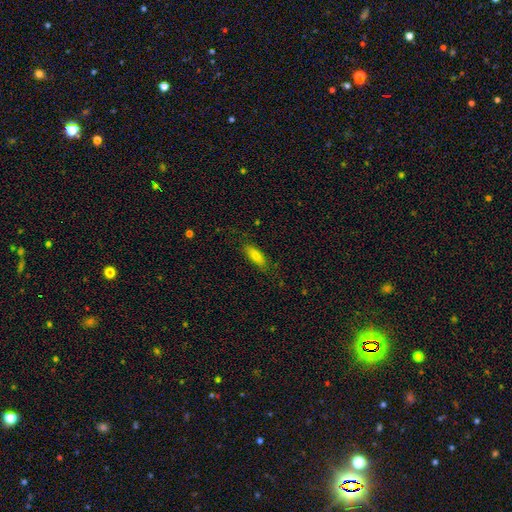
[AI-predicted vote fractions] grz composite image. It shows a smooth galaxy with no disk features (80%) that is in between round and cigar-shaped (64%). Merging: none (79%).